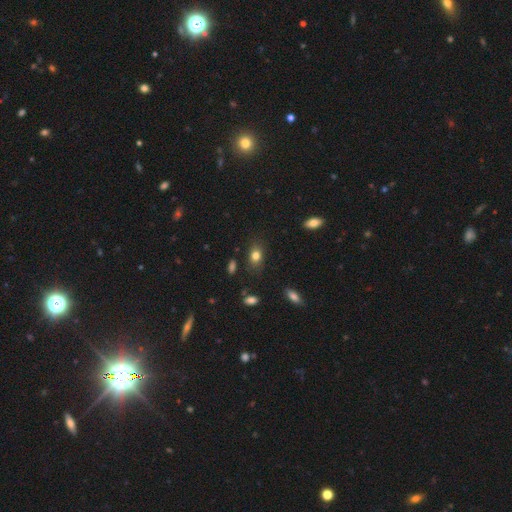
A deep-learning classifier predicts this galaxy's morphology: Smooth or featured: smooth — 79% (star or artifact — 11%)
How rounded: in between — 77% (round — 21%)
Merging: none — 79% (minor disturbance — 15%)